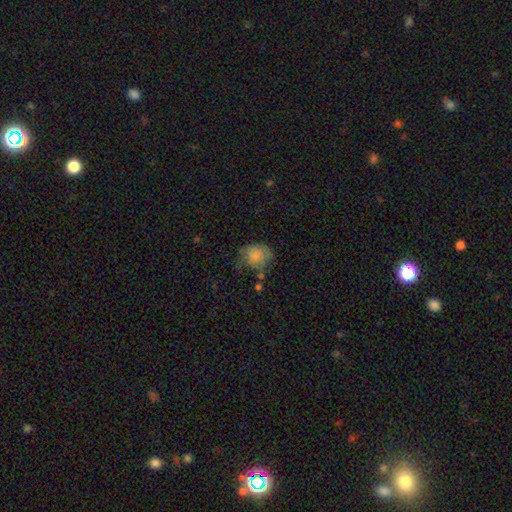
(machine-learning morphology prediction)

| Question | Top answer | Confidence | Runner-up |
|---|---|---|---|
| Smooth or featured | smooth | 75% | featured or disk (15%) |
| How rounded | round | 63% | in between (36%) |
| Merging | none | 38% | minor disturbance (34%) |